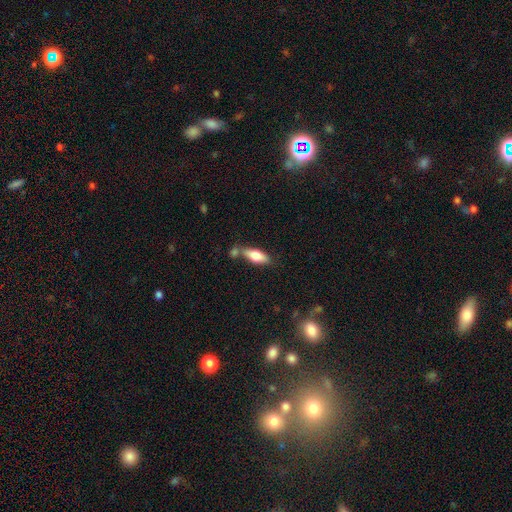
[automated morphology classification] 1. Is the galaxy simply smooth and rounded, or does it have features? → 74% smooth, 20% featured or disk, 6% star or artifact.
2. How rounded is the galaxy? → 71% in between, 26% cigar-shaped, 2% round.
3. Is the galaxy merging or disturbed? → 58% none, 22% merger, 16% minor disturbance, 5% major disturbance.